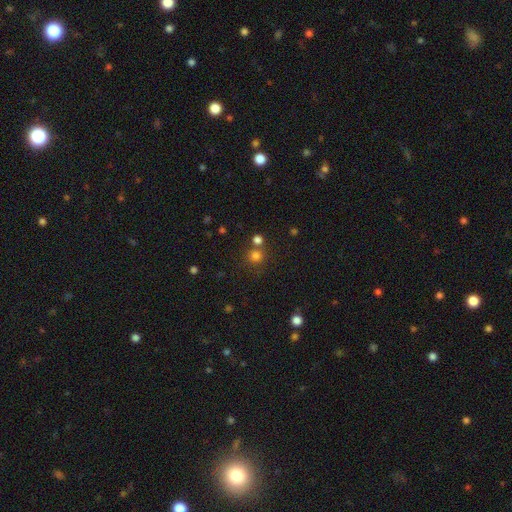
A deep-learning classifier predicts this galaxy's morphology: smooth 76%, star or artifact 18%, featured or disk 6%. Down the decision tree: how rounded — round (92%); merging — none (70%).